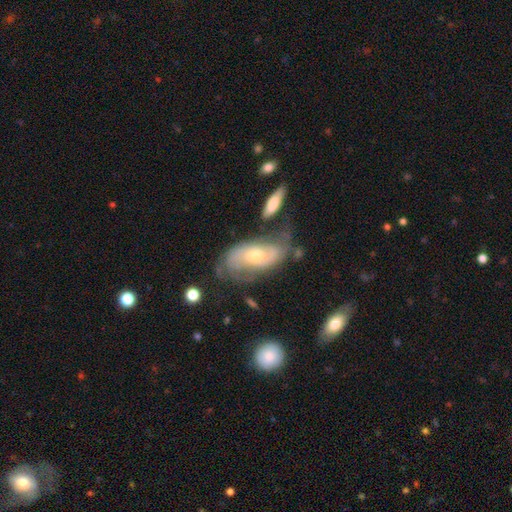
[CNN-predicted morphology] Overall: featured or disk (69%). Edge-on disk: no (92%). Bar: no (70%). Spiral arms: yes (84%). Spiral arm count: 2 (58%; can't tell 29%). Spiral winding: medium (37%, tied with tight). Bulge size: small (51%; moderate 44%). Merging: none (47%; minor disturbance 25%).